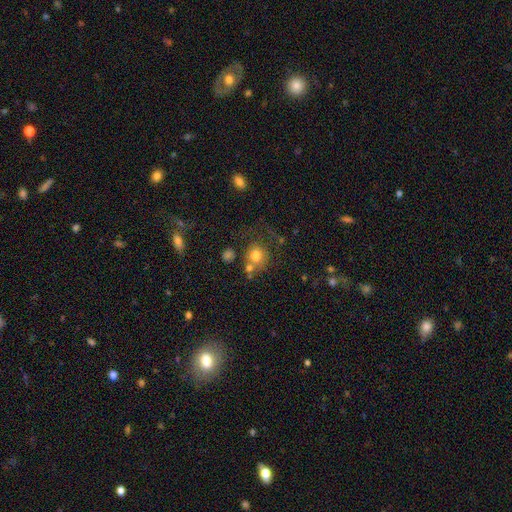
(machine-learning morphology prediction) The model was most divided on "merging": none: 52%, merger: 20%, minor disturbance: 15%, major disturbance: 13%. More confident: how rounded — round (83%); smooth or featured — smooth (75%).